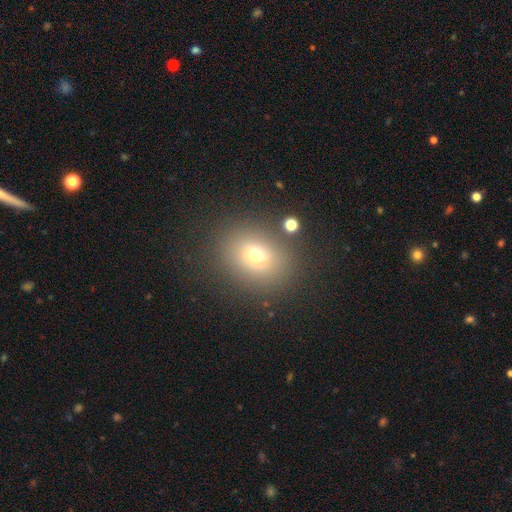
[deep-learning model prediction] Smooth or featured: smooth — 69% (star or artifact — 17%)
How rounded: round — 57% (in between — 42%)
Merging: none — 83% (minor disturbance — 9%)